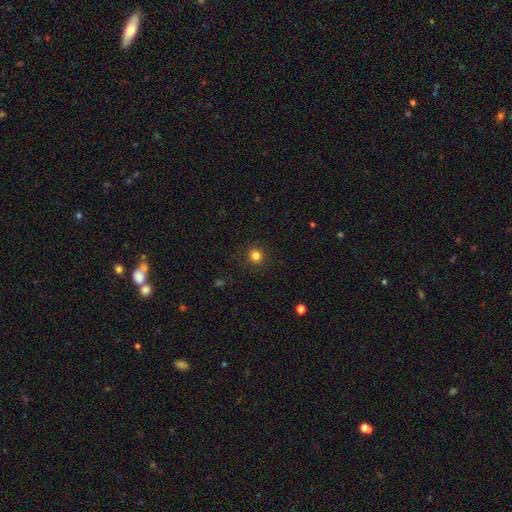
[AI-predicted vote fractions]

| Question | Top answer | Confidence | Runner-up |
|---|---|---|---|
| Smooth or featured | smooth | 83% | star or artifact (13%) |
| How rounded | round | 93% | in between (6%) |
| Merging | none | 91% | minor disturbance (6%) |